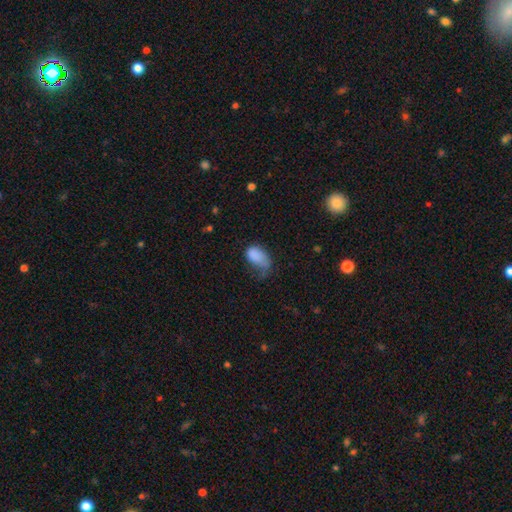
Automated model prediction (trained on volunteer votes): This is clearly a smooth galaxy (82%). How rounded: clearly in between (91%). Merging: marginally major disturbance (44%).